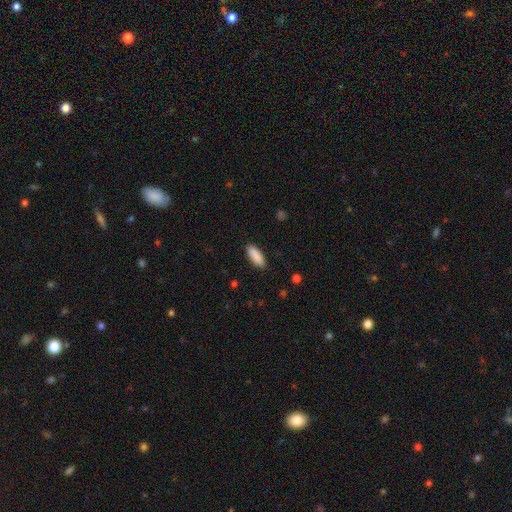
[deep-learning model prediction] Overall: smooth (90%). How rounded: in between (68%; cigar-shaped 31%). Merging: none (89%).